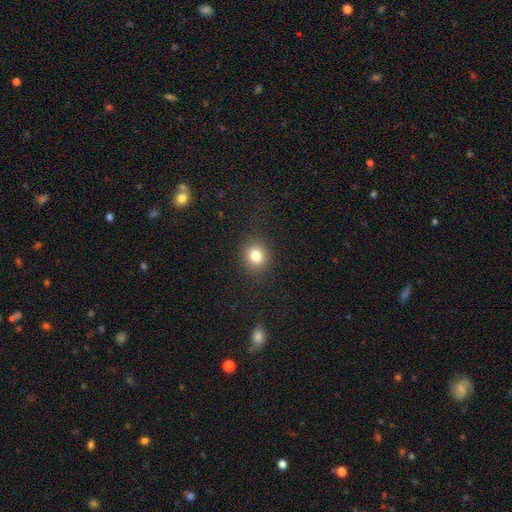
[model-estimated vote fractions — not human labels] A smooth galaxy with no disk features (82%) that is round (77%). Merging: none (88%).